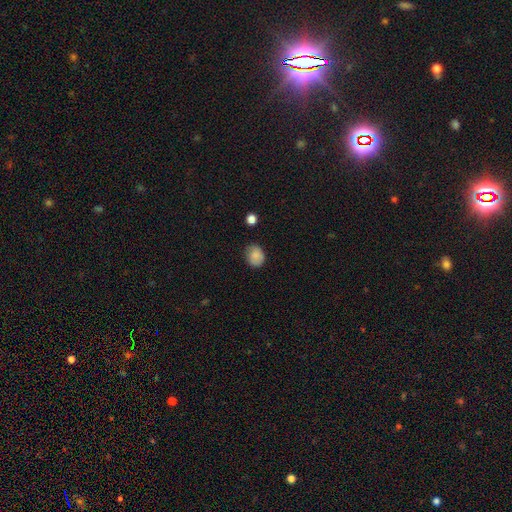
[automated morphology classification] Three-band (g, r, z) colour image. It shows a smooth galaxy with no disk features (85%) that is round (59%). Merging: none (74%).